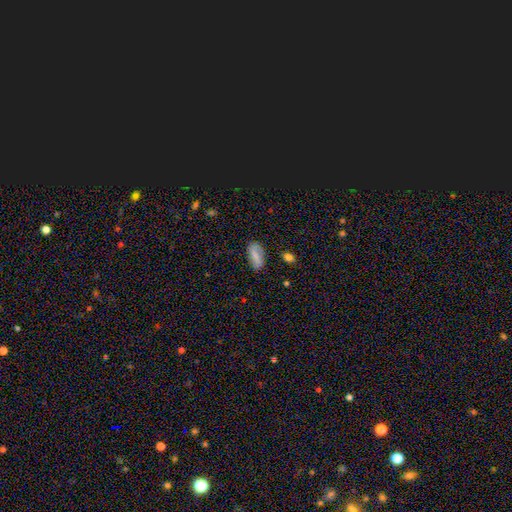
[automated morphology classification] Smooth or featured?
  - smooth: 71% *
  - featured or disk: 21%
  - star or artifact: 8%
How rounded?
  - in between: 86% *
  - cigar-shaped: 11%
  - round: 3%
Merging?
  - none: 77% *
  - minor disturbance: 16%
  - major disturbance: 4%
  - merger: 2%